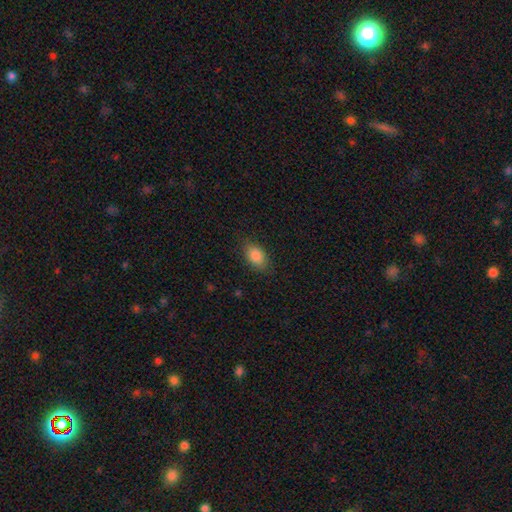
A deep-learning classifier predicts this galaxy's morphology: smooth 87%, star or artifact 8%, featured or disk 6%. Down the decision tree: how rounded — in between (89%); merging — none (84%).